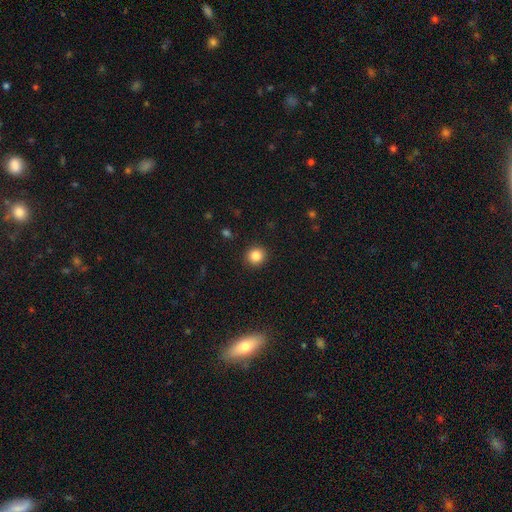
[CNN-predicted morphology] smooth_or_featured: smooth (p=0.84) [alt: star or artifact p=0.11]
how_rounded: round (p=0.90) [alt: in between p=0.09]
merging: none (p=0.91) [alt: minor disturbance p=0.06]